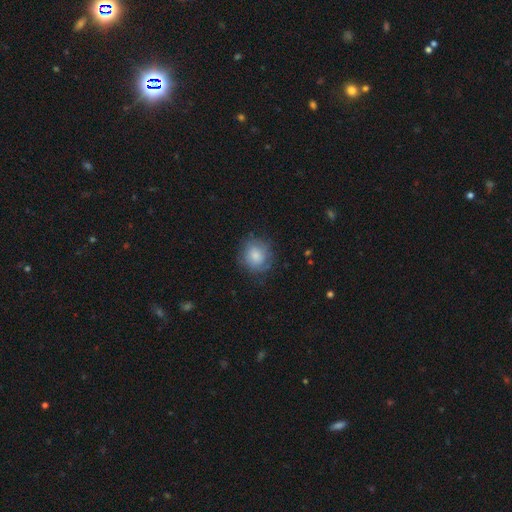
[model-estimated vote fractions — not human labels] Smooth or featured? Predicted: smooth (p=0.68). How rounded? Predicted: round (p=0.82). Merging? Predicted: none (p=0.71).